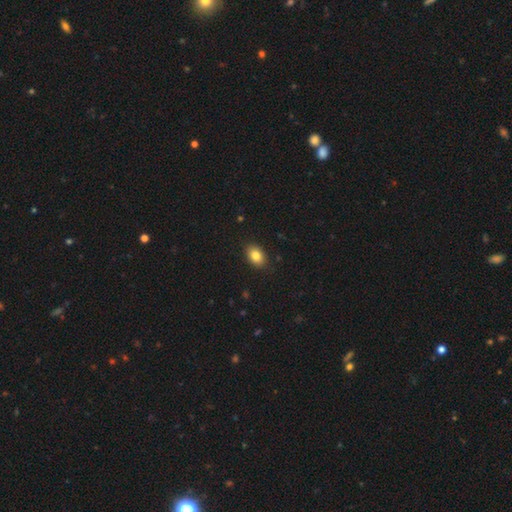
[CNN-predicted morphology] The model was most divided on "how rounded": in between: 79%, round: 20%, cigar-shaped: 1%. More confident: merging — none (88%); smooth or featured — smooth (84%).